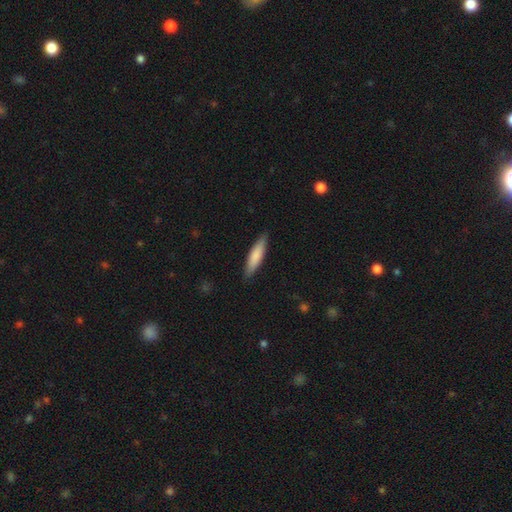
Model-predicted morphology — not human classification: A smooth galaxy with no disk features (79%) that is cigar-shaped (75%). Merging: none (87%).